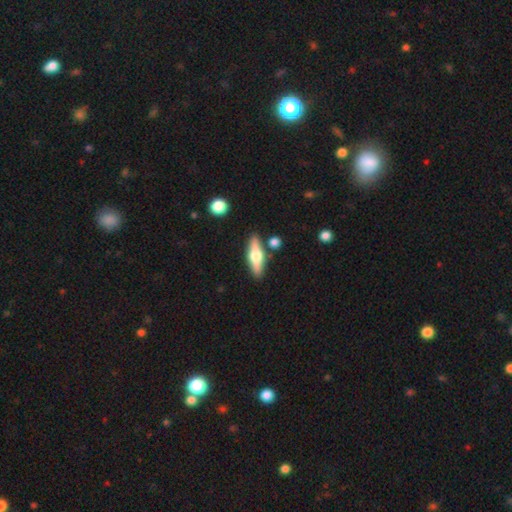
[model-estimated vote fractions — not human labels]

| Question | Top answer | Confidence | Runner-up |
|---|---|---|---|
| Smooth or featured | featured or disk | 54% | smooth (40%) |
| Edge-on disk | yes | 92% | no (8%) |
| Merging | none | 83% | minor disturbance (9%) |